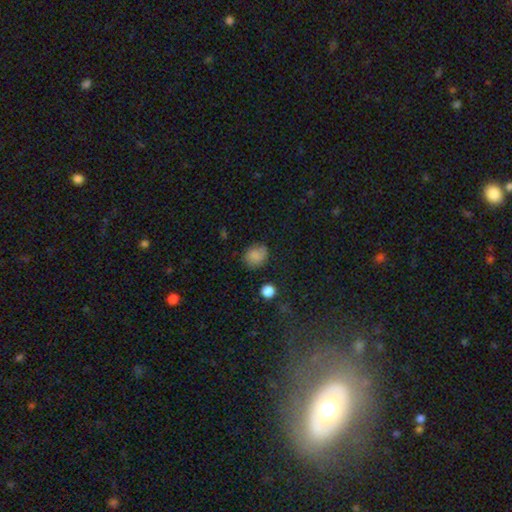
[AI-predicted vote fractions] This appears to be a smooth galaxy with no disk features (80%) that is round (70%). Merging: none (73%).